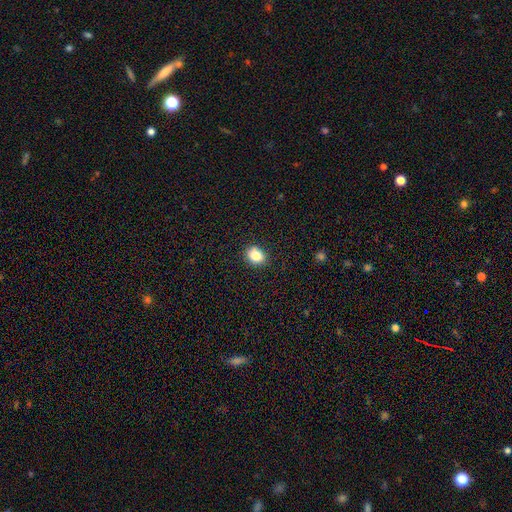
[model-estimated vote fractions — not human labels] smooth-or-featured: smooth: 84% | star or artifact: 10% | featured or disk: 6%
  how-rounded: round: 55% | in between: 44% | cigar-shaped: 1%
  merging: none: 86% | minor disturbance: 10% | major disturbance: 2% | merger: 1%